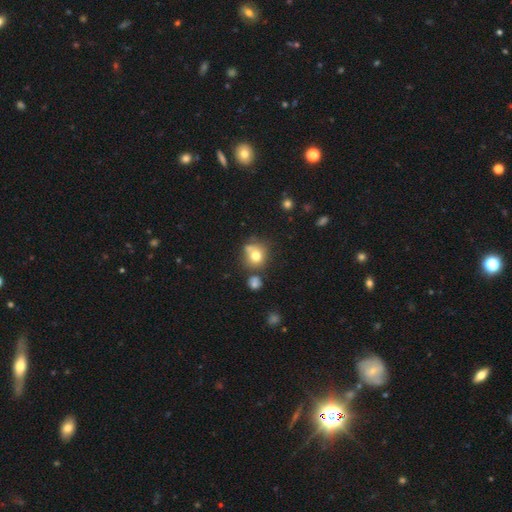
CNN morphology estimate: Overall: smooth (74%). How rounded: round (80%). Merging: none (54%; merger 19%).